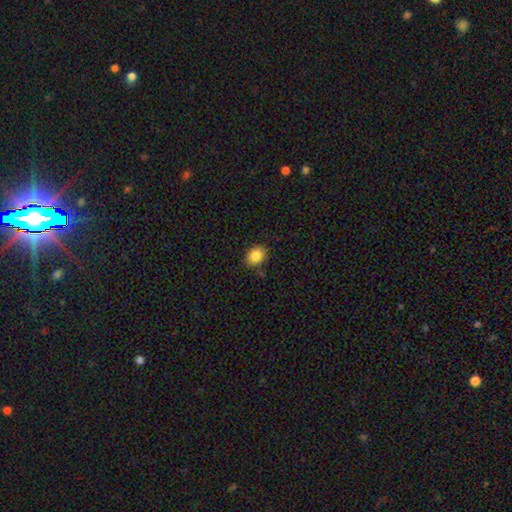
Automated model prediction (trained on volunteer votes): Q: Smooth or featured?
A: smooth (84%); runner-up: star or artifact (10%)
Q: How rounded?
A: round (52%); runner-up: in between (48%)
Q: Merging?
A: none (83%); runner-up: minor disturbance (12%)